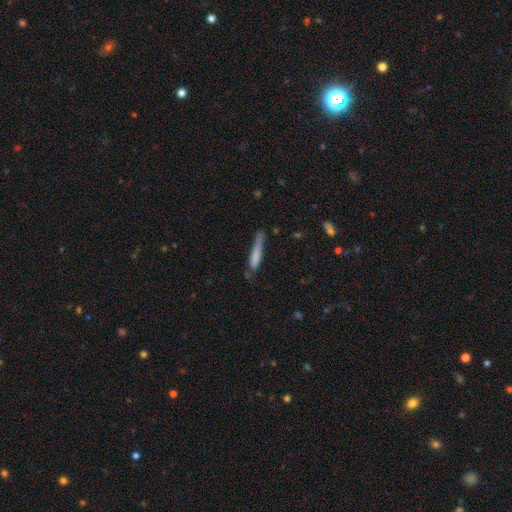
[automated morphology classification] Q: Smooth or featured?
A: smooth (72%); runner-up: featured or disk (22%)
Q: How rounded?
A: cigar-shaped (91%); runner-up: in between (8%)
Q: Merging?
A: none (51%); runner-up: minor disturbance (32%)